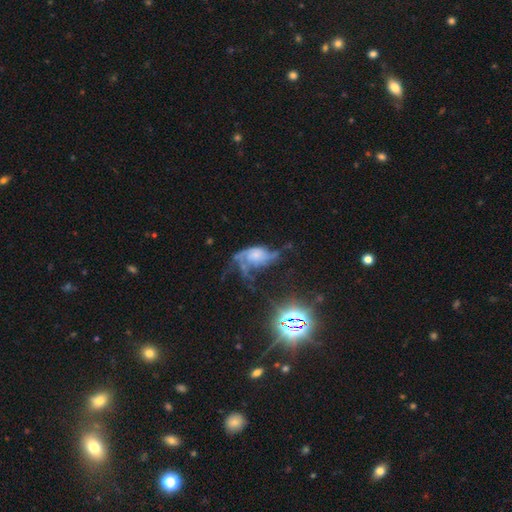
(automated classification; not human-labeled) This appears to be a featured or disk galaxy (70%) with no bar (75%), 2 (51%) loose (62%) spiral arms (85%) and a small central bulge (36%). Merging: major disturbance (44%).